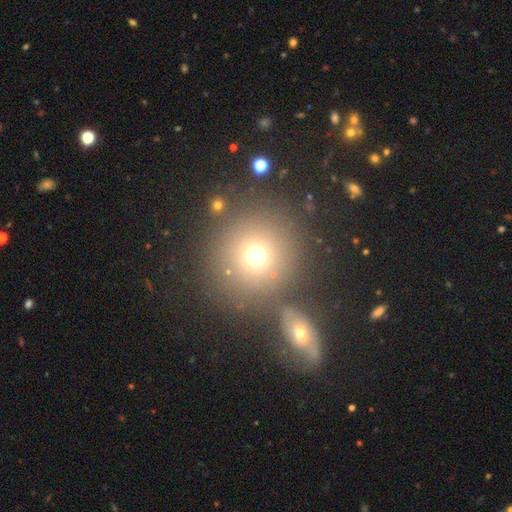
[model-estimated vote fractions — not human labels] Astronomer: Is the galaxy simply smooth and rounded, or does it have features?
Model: smooth — 70%.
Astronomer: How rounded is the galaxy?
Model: round — 92%.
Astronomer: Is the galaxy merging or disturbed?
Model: none — 68%.